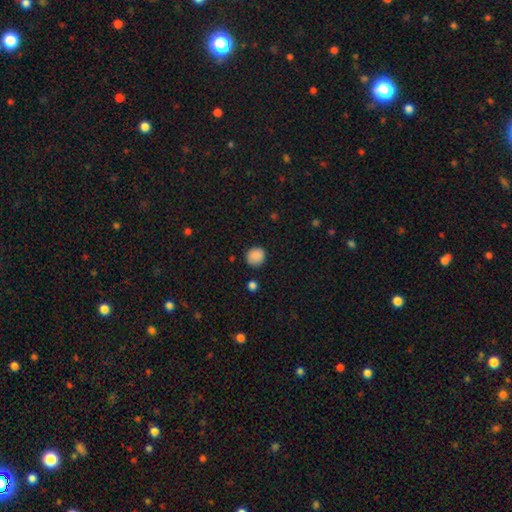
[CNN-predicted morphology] type=smooth (87%); roundness=round (84%); merging=none (85%).